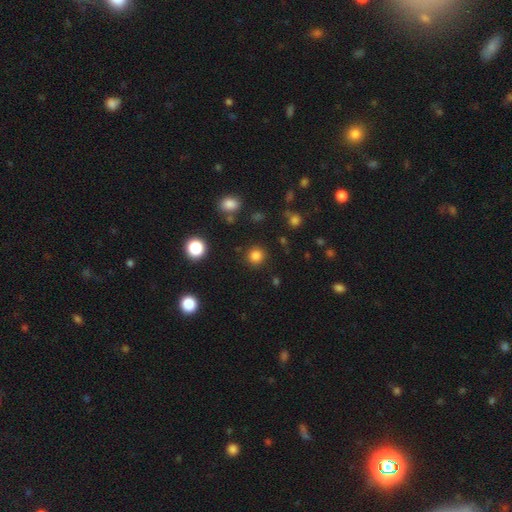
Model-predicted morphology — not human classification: smooth 82%, star or artifact 14%, featured or disk 4%. Down the decision tree: how rounded — round (93%); merging — none (90%).